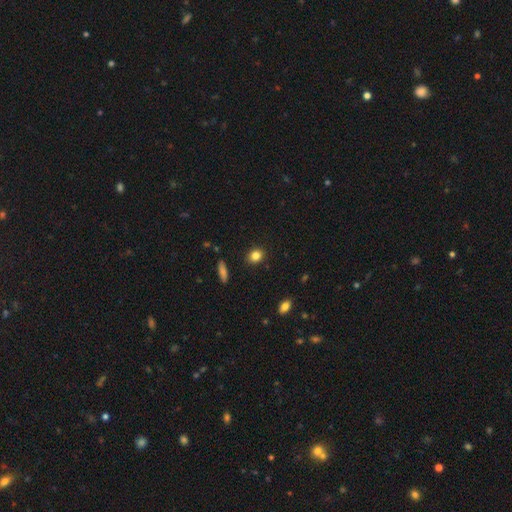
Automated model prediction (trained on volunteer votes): smooth-or-featured: smooth: 84% | star or artifact: 10% | featured or disk: 6%
  how-rounded: round: 70% | in between: 28% | cigar-shaped: 2%
  merging: none: 90% | minor disturbance: 7% | major disturbance: 2% | merger: 1%